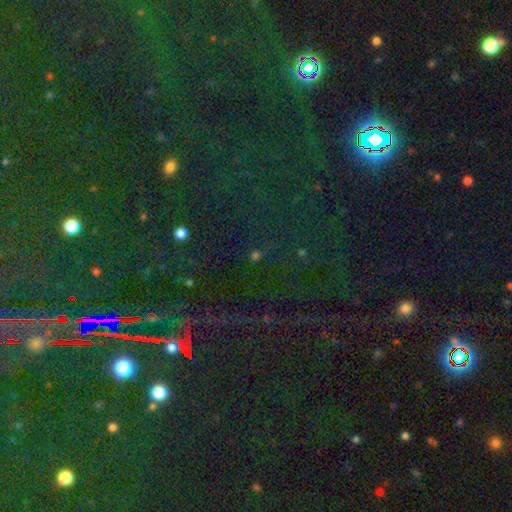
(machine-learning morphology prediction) smooth-or-featured: star or artifact: 66% | smooth: 27% | featured or disk: 8%